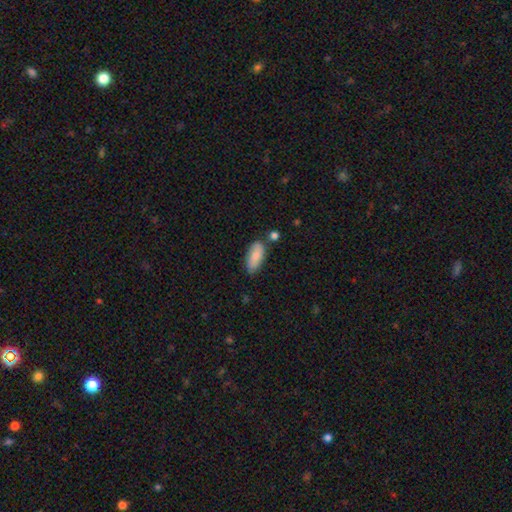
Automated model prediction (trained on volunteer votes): Q: Smooth or featured?
A: smooth (80%); runner-up: featured or disk (13%)
Q: How rounded?
A: in between (87%); runner-up: cigar-shaped (11%)
Q: Merging?
A: none (75%); runner-up: minor disturbance (17%)